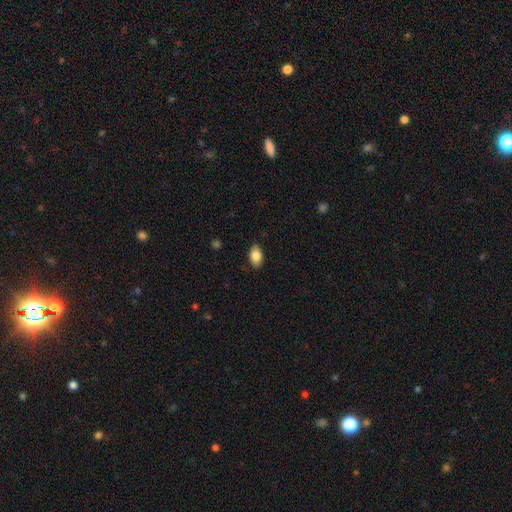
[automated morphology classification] smooth_or_featured: smooth (p=0.85) [alt: featured or disk p=0.08]
how_rounded: in between (p=0.91) [alt: round p=0.07]
merging: none (p=0.87) [alt: minor disturbance p=0.10]